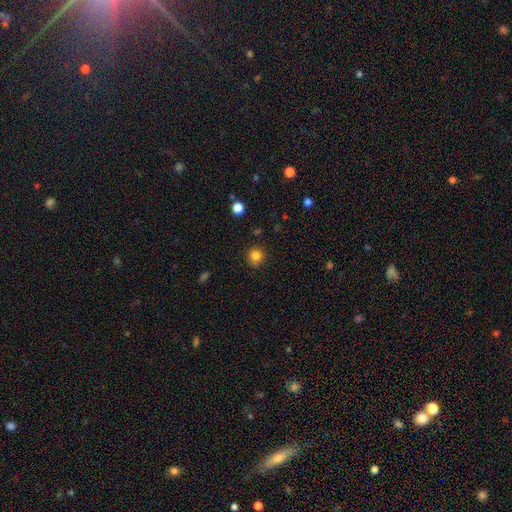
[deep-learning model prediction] Smooth or featured: smooth — 83% (star or artifact — 12%)
How rounded: round — 89% (in between — 10%)
Merging: none — 84% (minor disturbance — 12%)